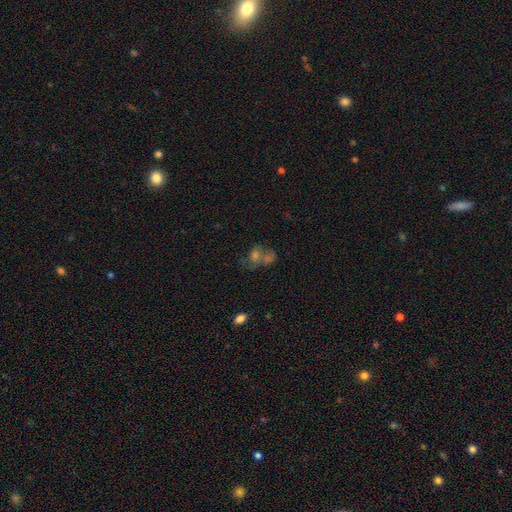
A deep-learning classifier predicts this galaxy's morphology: smooth-or-featured: smooth: 42% | featured or disk: 32% | star or artifact: 26%
  merging: merger: 45% | none: 31% | major disturbance: 12% | minor disturbance: 12%